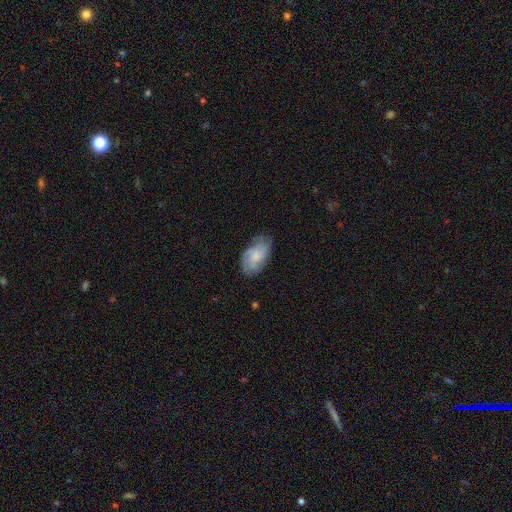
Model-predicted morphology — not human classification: smooth-or-featured: smooth: 52% | featured or disk: 40% | star or artifact: 8%
  how-rounded: in between: 92% | round: 5% | cigar-shaped: 3%
  merging: none: 67% | minor disturbance: 24% | major disturbance: 8% | merger: 1%